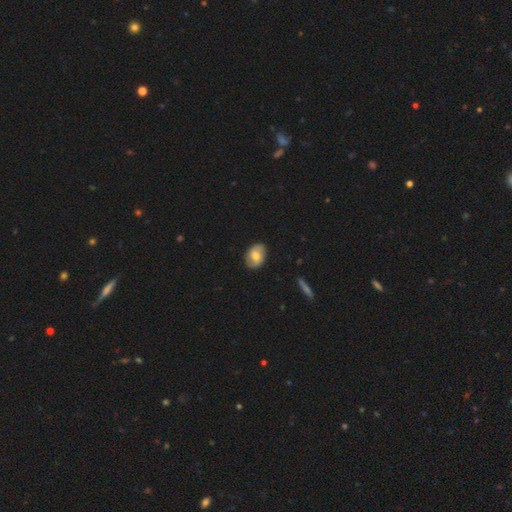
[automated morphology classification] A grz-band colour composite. It shows a smooth galaxy with no disk features (57%) that is in between round and cigar-shaped (79%). Merging: none (81%).